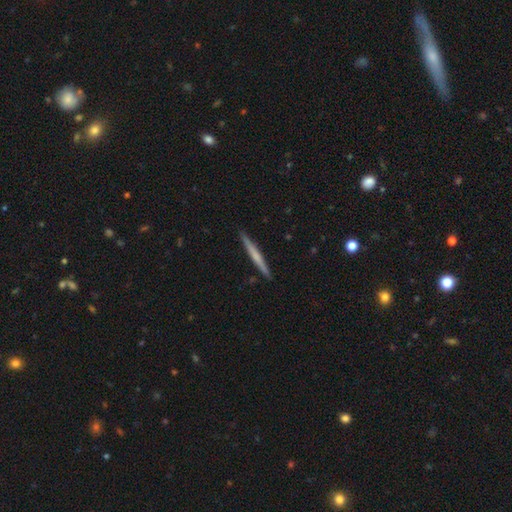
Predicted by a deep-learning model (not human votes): Overall: featured or disk (49%; smooth 46%). Merging: none (91%).